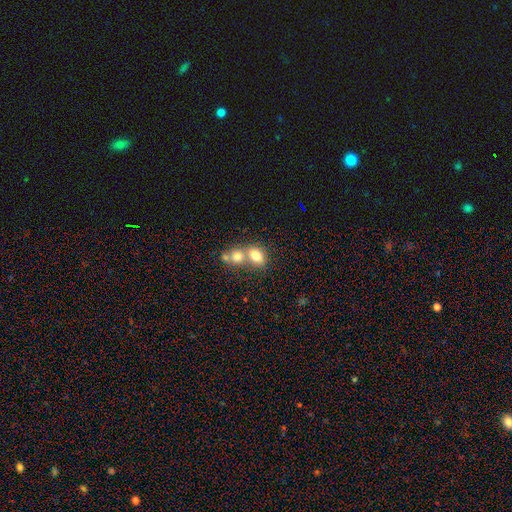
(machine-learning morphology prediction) smooth 76%, featured or disk 14%, star or artifact 10%. Down the decision tree: how rounded — in between (62%); merging — merger (60%).